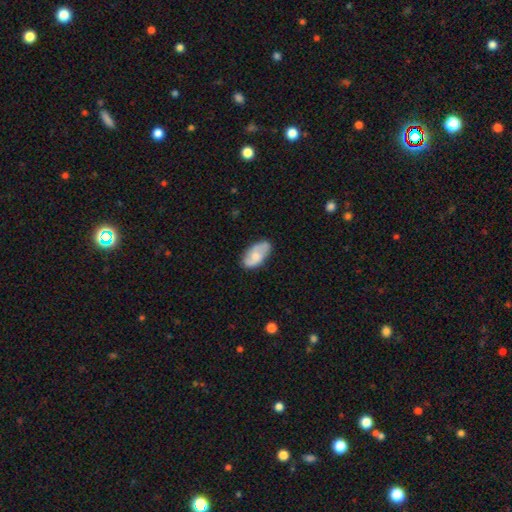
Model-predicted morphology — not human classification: smooth 53%, featured or disk 41%, star or artifact 6%. Down the decision tree: how rounded — in between (93%); merging — none (75%).